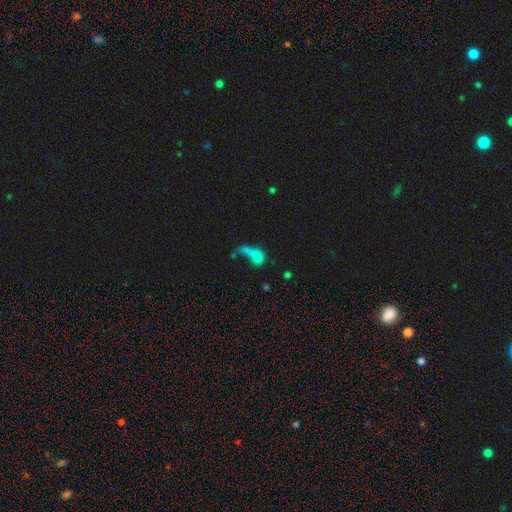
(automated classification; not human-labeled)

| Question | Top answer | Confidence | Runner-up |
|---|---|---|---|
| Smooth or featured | smooth | 60% | featured or disk (24%) |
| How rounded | in between | 62% | round (25%) |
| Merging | major disturbance | 37% | merger (31%) |